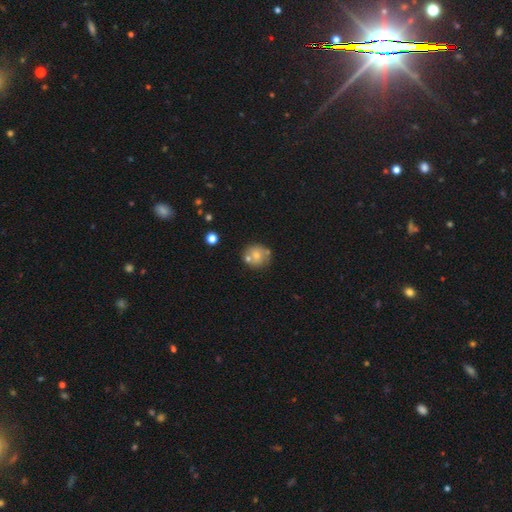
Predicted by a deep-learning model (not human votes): smooth 65%, featured or disk 25%, star or artifact 10%. Down the decision tree: how rounded — round (86%); merging — none (62%).